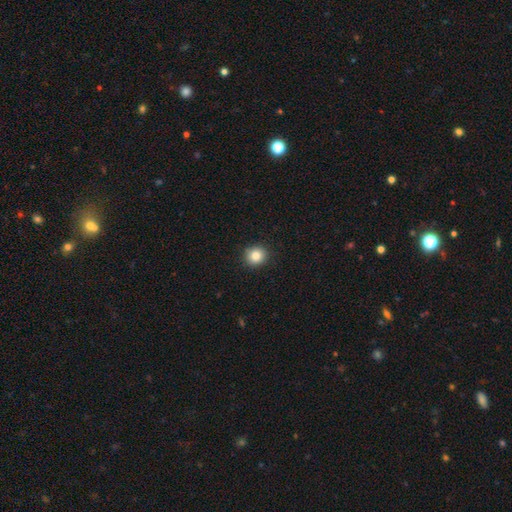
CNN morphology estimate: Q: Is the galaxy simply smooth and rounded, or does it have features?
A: smooth — 84%.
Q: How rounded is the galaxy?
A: round — 88%.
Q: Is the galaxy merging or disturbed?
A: none — 91%.